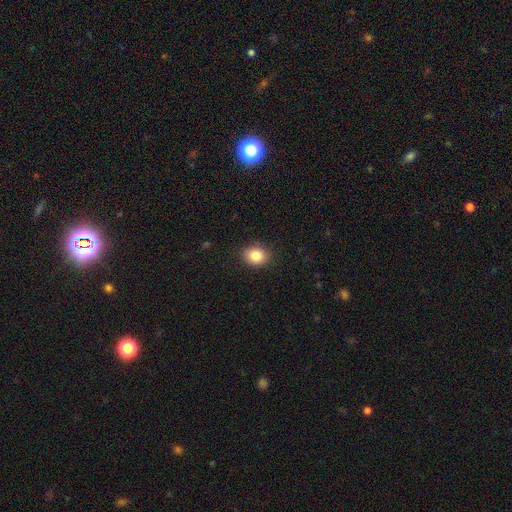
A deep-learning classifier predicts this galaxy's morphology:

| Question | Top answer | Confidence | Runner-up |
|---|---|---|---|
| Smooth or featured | smooth | 85% | star or artifact (9%) |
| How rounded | in between | 52% | round (47%) |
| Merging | none | 88% | minor disturbance (9%) |